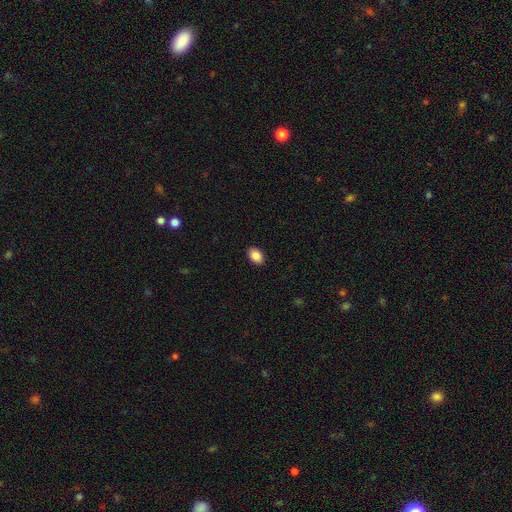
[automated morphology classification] Smooth or featured? smooth (87%)
How rounded? in between (81%)
Merging? none (91%)